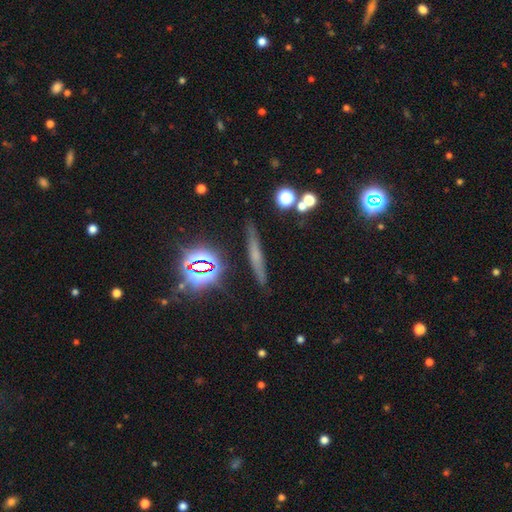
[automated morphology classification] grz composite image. It shows a smooth galaxy with no disk features (41%). Merging: none (85%).